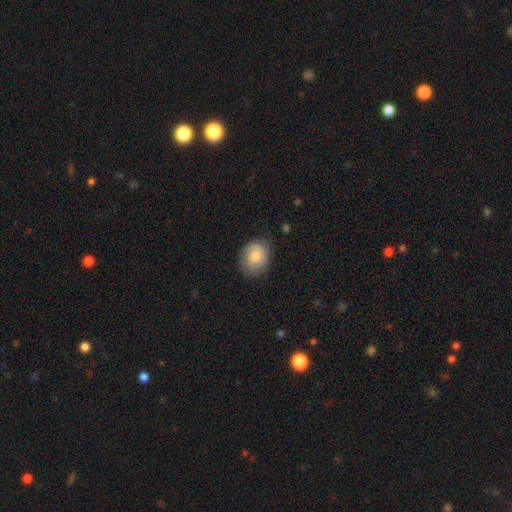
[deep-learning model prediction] smooth-or-featured: smooth: 80% | featured or disk: 14% | star or artifact: 7%
  how-rounded: in between: 50% (tied) | round: 50% (tied) | cigar-shaped: 1%
  merging: none: 74% | minor disturbance: 20% | major disturbance: 5% | merger: 1%